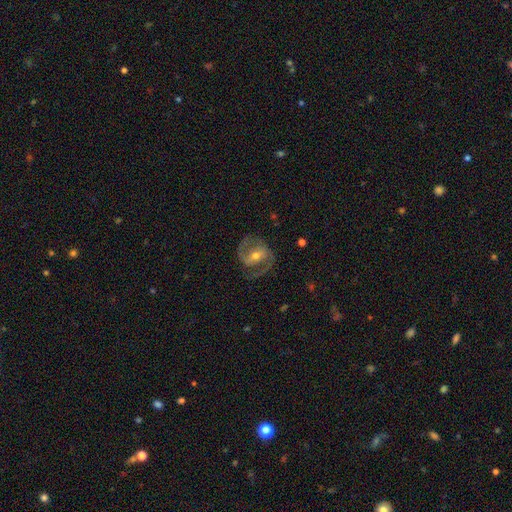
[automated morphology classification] featured or disk 85%, smooth 10%, star or artifact 5%. Down the decision tree: edge-on disk — no (97%); bar — weak (42%); spiral arms — yes (94%); spiral arm count — 2 (88%); spiral winding — medium (57%); bulge size — moderate (59%); merging — none (75%).